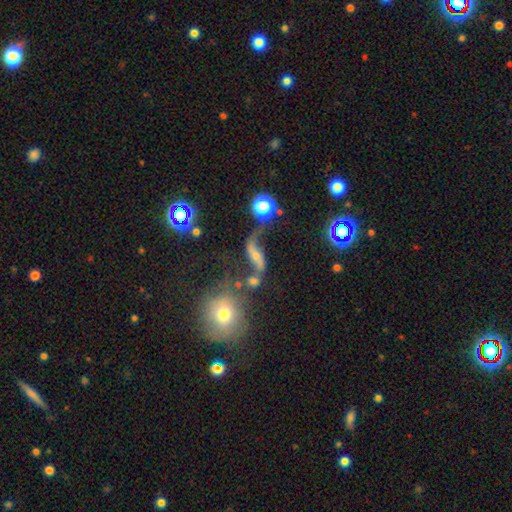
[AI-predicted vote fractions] Smooth or featured?
  - featured or disk: 68% *
  - smooth: 19%
  - star or artifact: 13%
Edge-on disk?
  - no: 88% *
  - yes: 12%
Bar?
  - no: 42% *
  - weak: 30%
  - strong: 28%
Spiral arms?
  - yes: 85% *
  - no: 15%
Spiral winding?
  - loose: 91% *
  - medium: 7%
  - tight: 3%
Spiral arm count?
  - 2: 89% *
  - 1: 6%
  - can't tell: 3%
  - 3: 1%
  - 4: 1%
  - more than 4: 1%
Bulge size?
  - small: 49% *
  - moderate: 37%
  - none: 7%
  - large: 5%
  - dominant: 3%
Merging?
  - none: 38% *
  - merger: 24%
  - major disturbance: 22%
  - minor disturbance: 16%